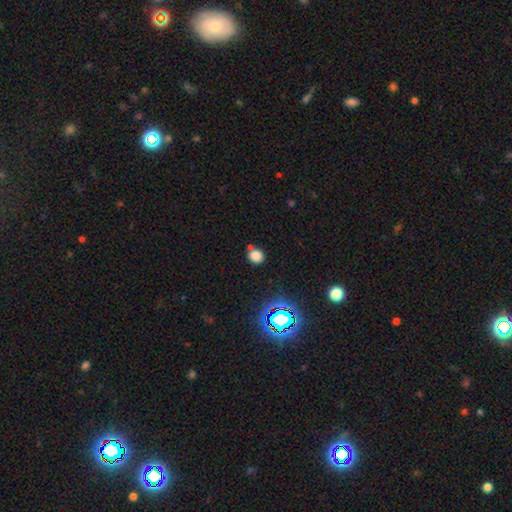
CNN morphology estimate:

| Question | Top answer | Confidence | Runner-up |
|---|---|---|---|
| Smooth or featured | smooth | 75% | star or artifact (19%) |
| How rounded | round | 83% | in between (15%) |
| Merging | none | 70% | minor disturbance (13%) |